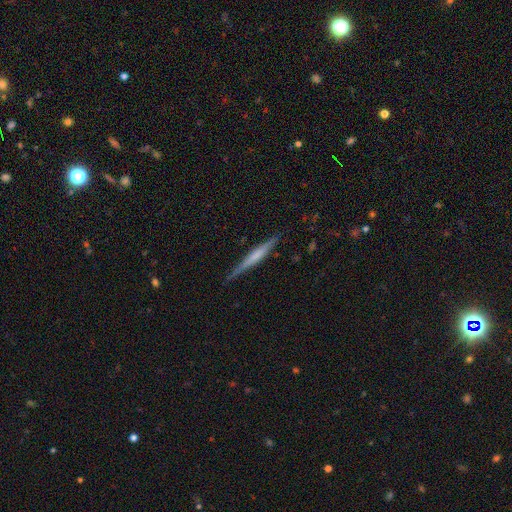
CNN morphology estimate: Smooth or featured: featured or disk — 59% (smooth — 35%)
Edge-on disk: yes — 98% (no — 2%)
Edge-on bulge: none — 49% (rounded — 27%)
Merging: none — 87% (minor disturbance — 10%)